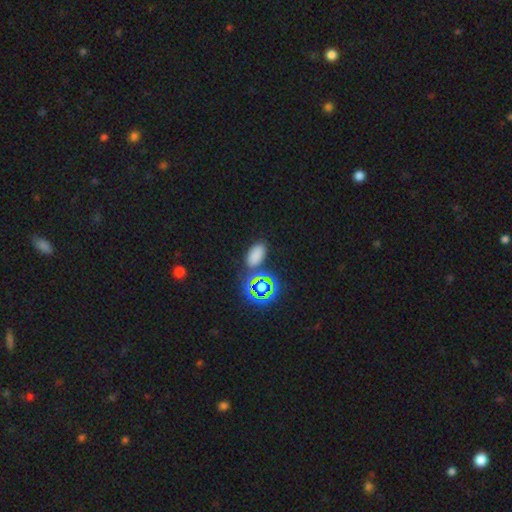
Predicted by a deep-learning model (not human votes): This is likely a smooth galaxy (69%). How rounded: clearly in between (89%). Merging: likely none (78%).